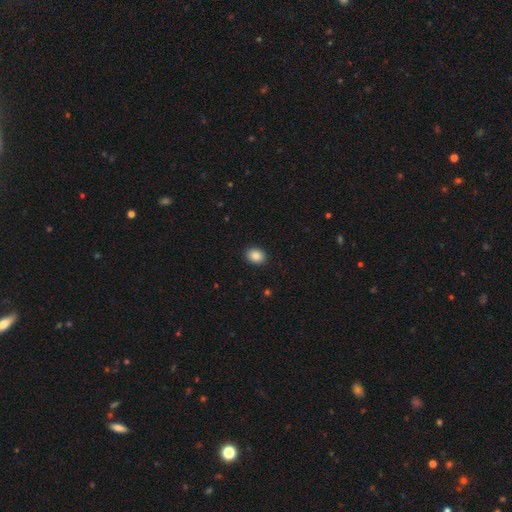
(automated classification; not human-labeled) Q: Smooth or featured?
A: smooth (86%); runner-up: star or artifact (9%)
Q: How rounded?
A: in between (57%); runner-up: round (43%)
Q: Merging?
A: none (91%); runner-up: minor disturbance (7%)